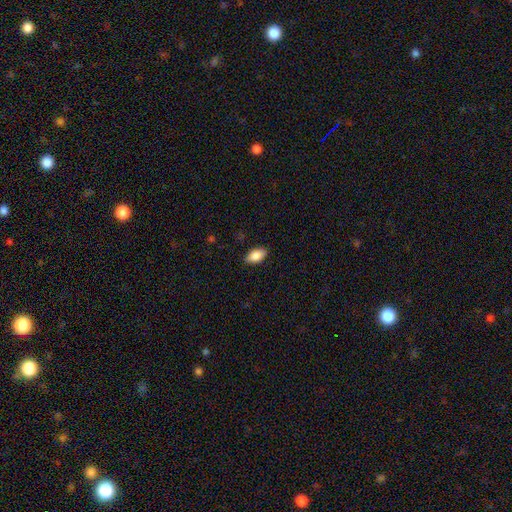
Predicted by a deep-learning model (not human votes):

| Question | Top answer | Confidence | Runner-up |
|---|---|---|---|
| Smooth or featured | smooth | 86% | star or artifact (7%) |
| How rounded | in between | 92% | round (4%) |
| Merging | none | 88% | minor disturbance (9%) |